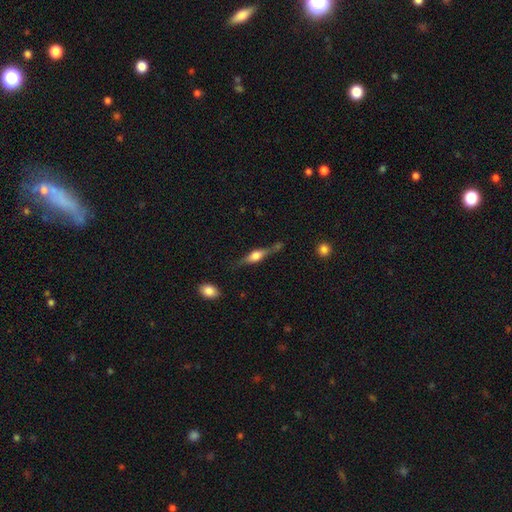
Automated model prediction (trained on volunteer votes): featured or disk 62%, smooth 31%, star or artifact 7%. Down the decision tree: edge-on disk — yes (94%); edge-on bulge — rounded (88%); merging — none (65%).